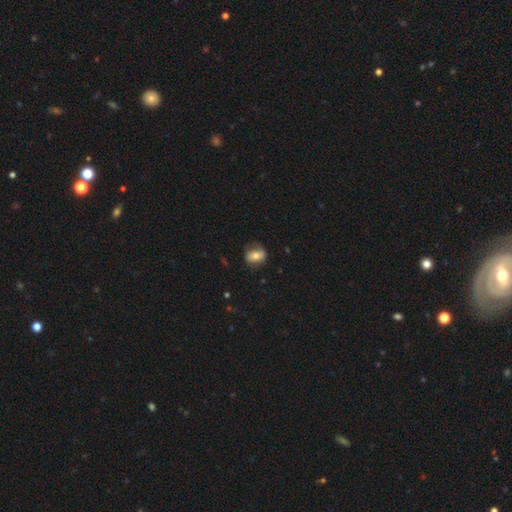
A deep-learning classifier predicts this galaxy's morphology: Q: Smooth or featured?
A: smooth (62%); runner-up: featured or disk (30%)
Q: How rounded?
A: in between (57%); runner-up: round (41%)
Q: Merging?
A: none (74%); runner-up: minor disturbance (19%)